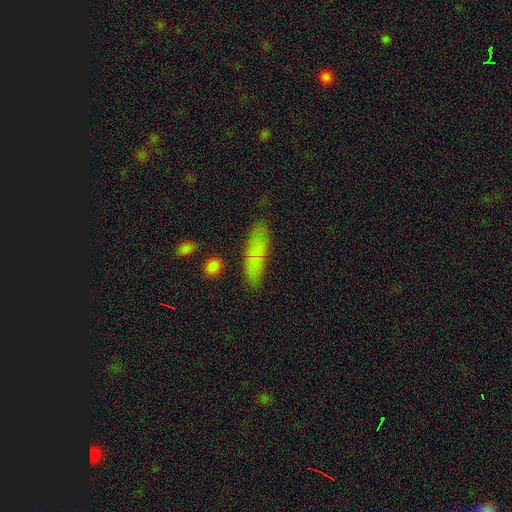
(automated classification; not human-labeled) A smooth galaxy with no disk features (77%) that is cigar-shaped (67%). Merging: none (77%).